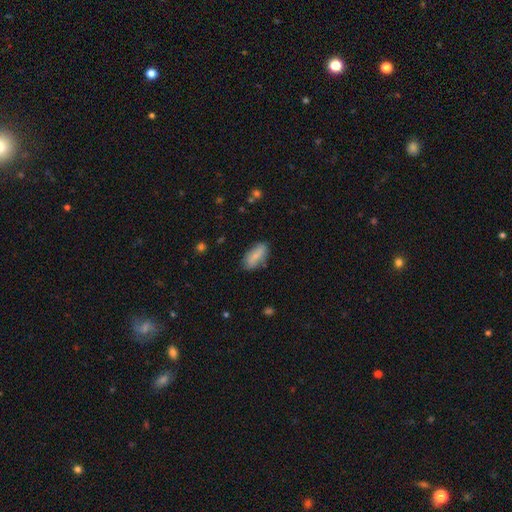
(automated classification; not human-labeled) smooth-or-featured: smooth: 79% | featured or disk: 15% | star or artifact: 7%
  how-rounded: in between: 85% | cigar-shaped: 12% | round: 2%
  merging: none: 77% | minor disturbance: 17% | major disturbance: 3% | merger: 3%